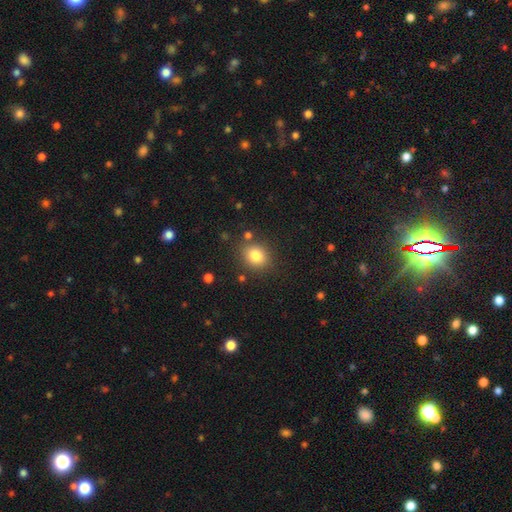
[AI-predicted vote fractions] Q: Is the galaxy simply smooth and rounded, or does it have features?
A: smooth — 81%.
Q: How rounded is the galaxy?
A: round — 68%.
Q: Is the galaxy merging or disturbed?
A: none — 82%.